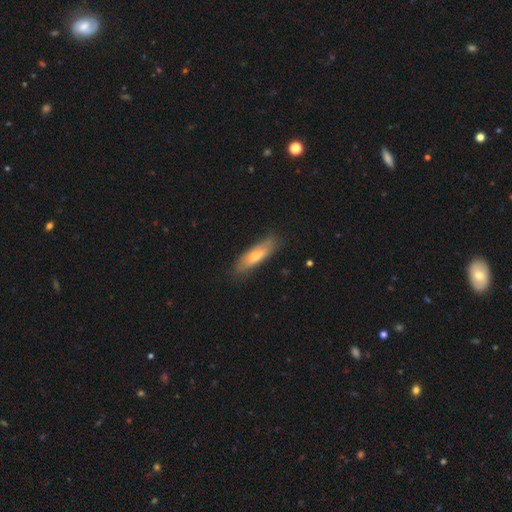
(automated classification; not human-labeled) A smooth galaxy with no disk features (61%) that is cigar-shaped (61%).

Vote fractions:
- Smooth or featured? smooth: 61% / featured or disk: 33% / star or artifact: 6%
- How rounded? cigar-shaped: 61% / in between: 38% / round: 2%
- Merging? none: 80% / minor disturbance: 16% / major disturbance: 3% / merger: 1%